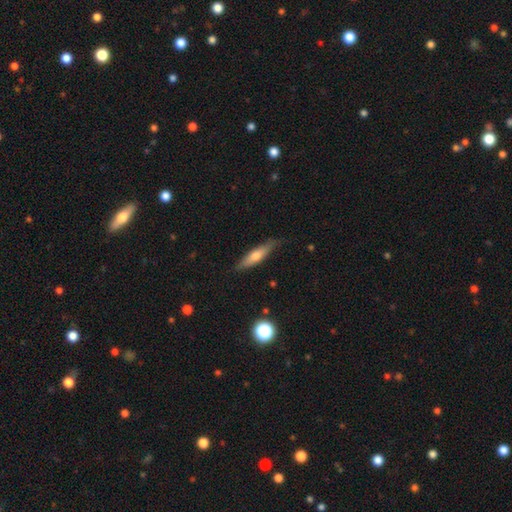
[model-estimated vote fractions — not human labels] Morphology: type=smooth (54%); roundness=cigar-shaped (77%); merging=none (80%).